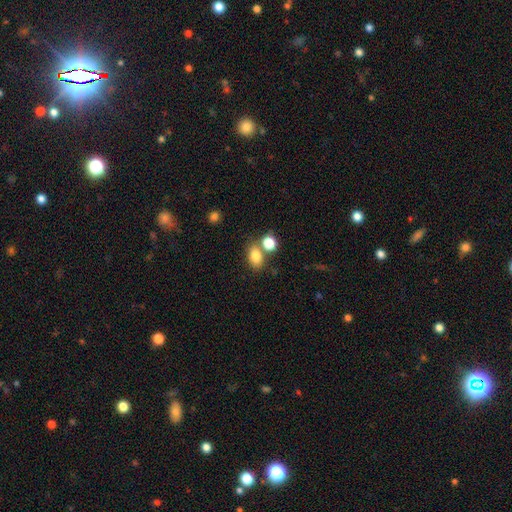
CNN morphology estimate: smooth_or_featured: smooth (p=0.81) [alt: star or artifact p=0.11]
how_rounded: in between (p=0.71) [alt: round p=0.27]
merging: none (p=0.58) [alt: merger p=0.27]